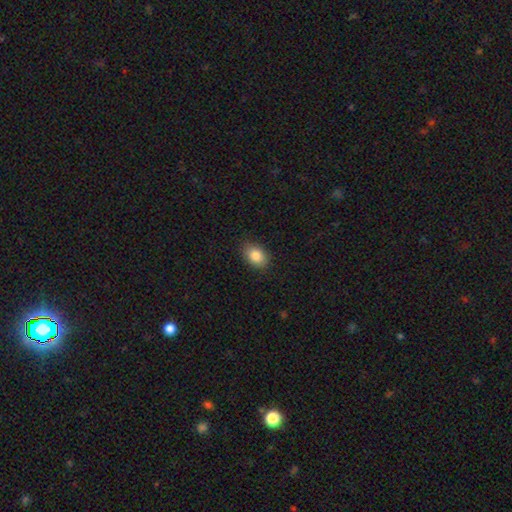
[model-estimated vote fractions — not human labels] This appears to be a smooth galaxy with no disk features (86%) that is in between round and cigar-shaped (81%). Merging: none (85%).